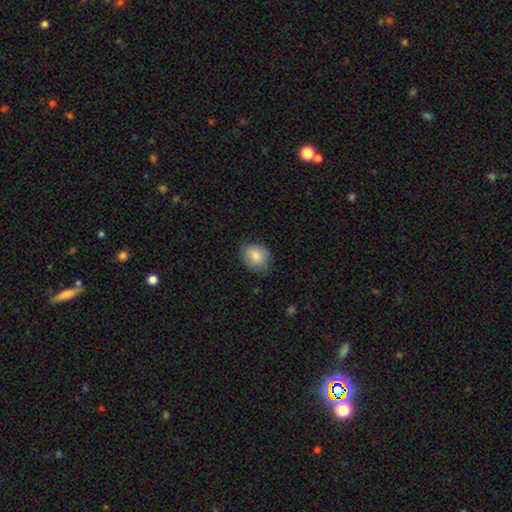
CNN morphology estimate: type=smooth (84%); roundness=in between (55%); merging=none (75%).